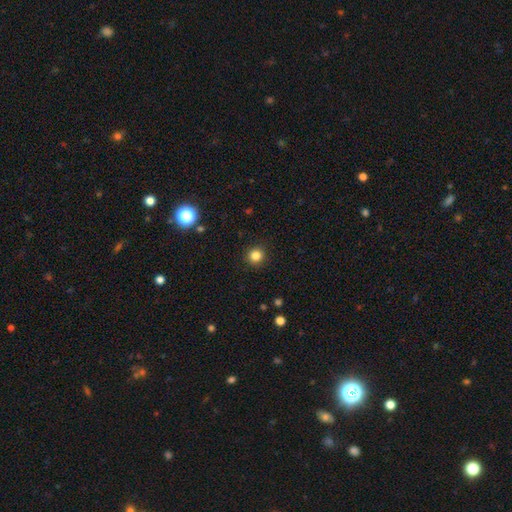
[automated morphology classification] type=smooth (84%); roundness=round (92%); merging=none (92%).